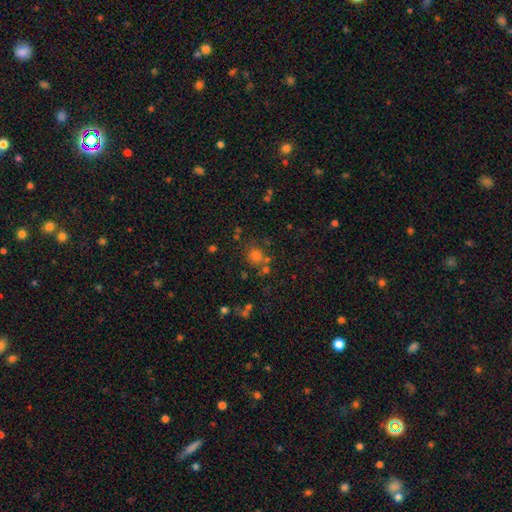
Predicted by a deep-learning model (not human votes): smooth-or-featured: smooth: 71% | star or artifact: 21% | featured or disk: 9%
  how-rounded: round: 87% | in between: 12% | cigar-shaped: 1%
  merging: none: 68% | merger: 16% | minor disturbance: 11% | major disturbance: 5%